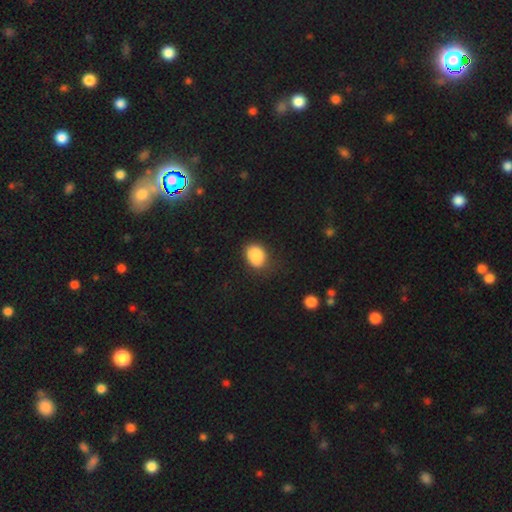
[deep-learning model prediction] Smooth or featured? Predicted: smooth (p=0.88). How rounded? Predicted: in between (p=0.67). Merging? Predicted: none (p=0.72).